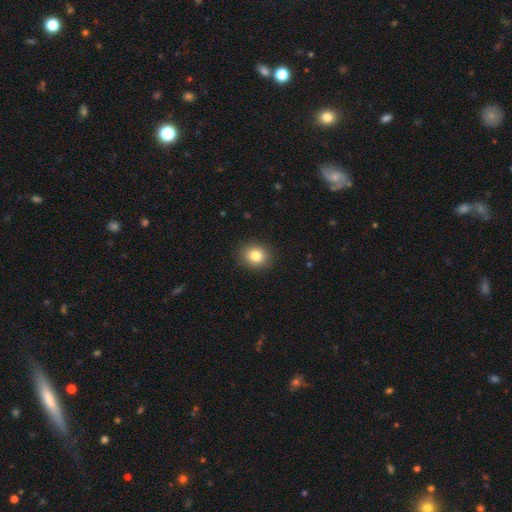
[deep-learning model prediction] A smooth galaxy with no disk features (82%) that is round (72%). Merging: none (90%).